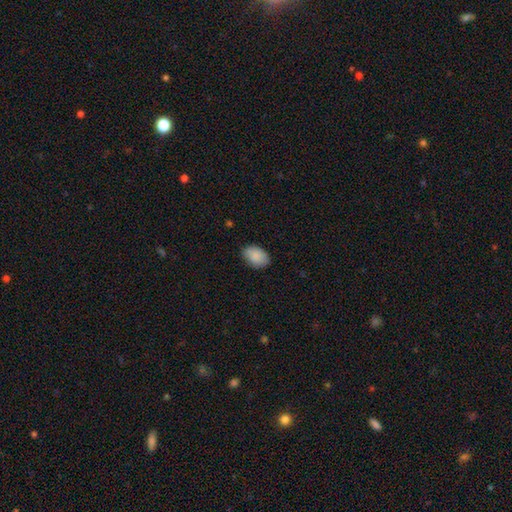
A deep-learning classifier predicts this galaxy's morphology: smooth_or_featured: smooth (p=0.89) [alt: star or artifact p=0.07]
how_rounded: in between (p=0.84) [alt: round p=0.15]
merging: none (p=0.80) [alt: minor disturbance p=0.16]